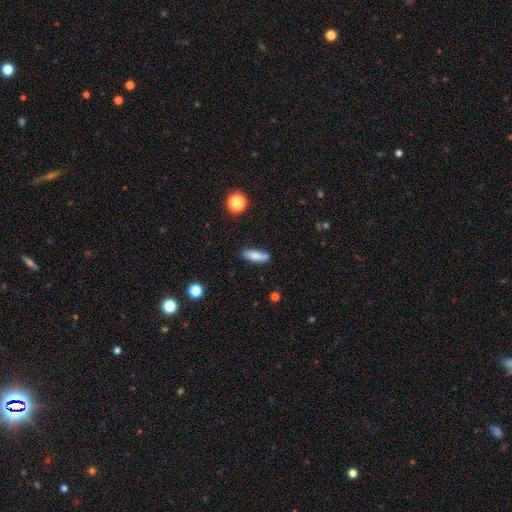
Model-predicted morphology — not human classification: smooth-or-featured: smooth: 74% | featured or disk: 18% | star or artifact: 8%
  how-rounded: cigar-shaped: 58% | in between: 39% | round: 3%
  merging: none: 80% | minor disturbance: 14% | major disturbance: 3% | merger: 3%